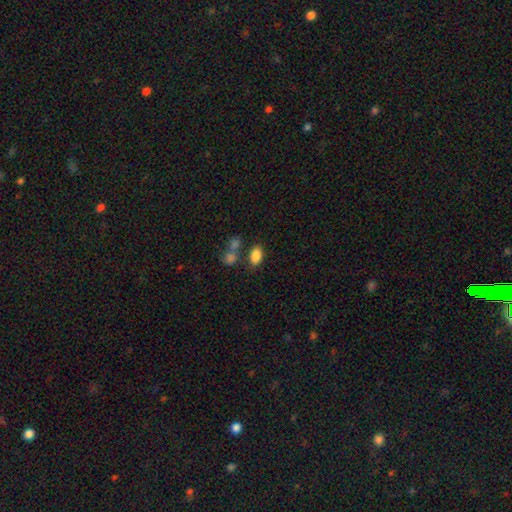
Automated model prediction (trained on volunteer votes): smooth-or-featured: smooth: 85% | star or artifact: 10% | featured or disk: 5%
  how-rounded: in between: 89% | round: 10% | cigar-shaped: 2%
  merging: none: 69% | merger: 16% | minor disturbance: 11% | major disturbance: 4%